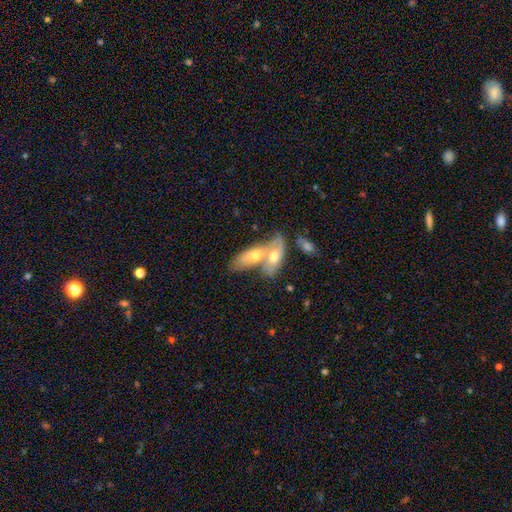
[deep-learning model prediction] This is possibly a smooth galaxy (51%). How rounded: likely in between (67%). Merging: likely merger (67%).